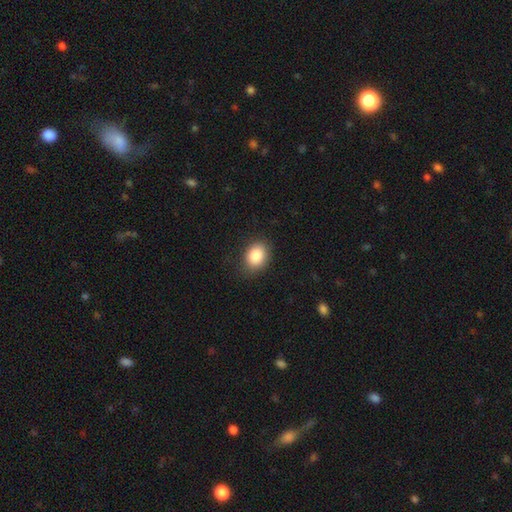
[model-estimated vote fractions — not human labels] smooth 86%, star or artifact 8%, featured or disk 5%. Down the decision tree: how rounded — in between (61%); merging — none (83%).